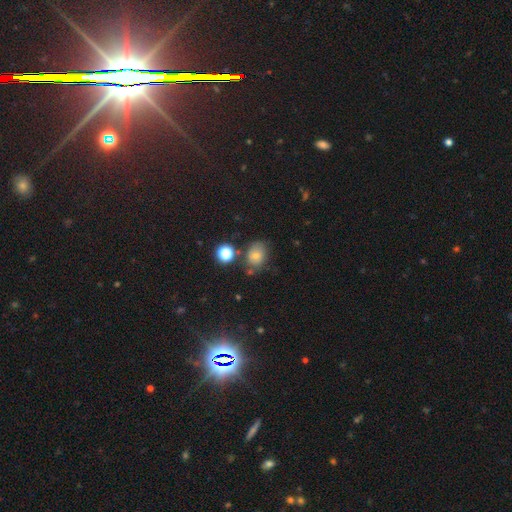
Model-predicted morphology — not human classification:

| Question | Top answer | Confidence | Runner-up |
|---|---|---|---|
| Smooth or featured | smooth | 68% | star or artifact (16%) |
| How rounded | in between | 52% | round (47%) |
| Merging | none | 62% | minor disturbance (22%) |